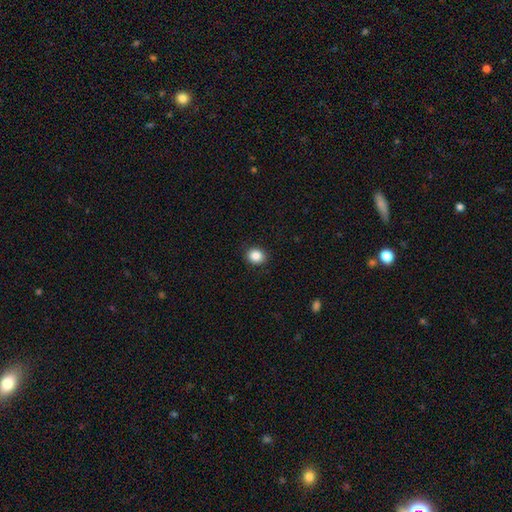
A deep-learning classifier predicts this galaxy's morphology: This appears to be a smooth galaxy with no disk features (87%) that is round (72%). Merging: none (90%).